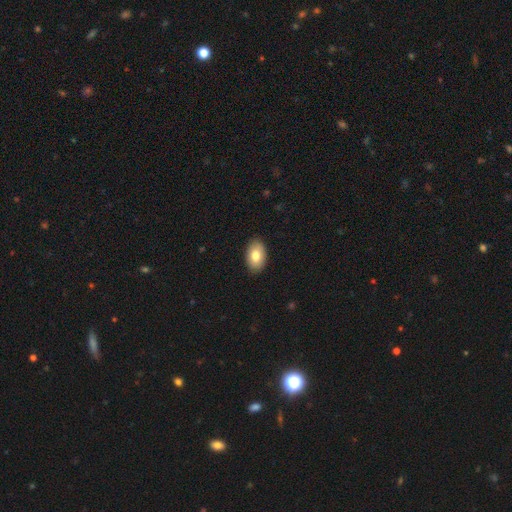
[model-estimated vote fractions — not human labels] This appears to be a smooth galaxy with no disk features (80%) that is in between round and cigar-shaped (92%). Merging: none (89%).